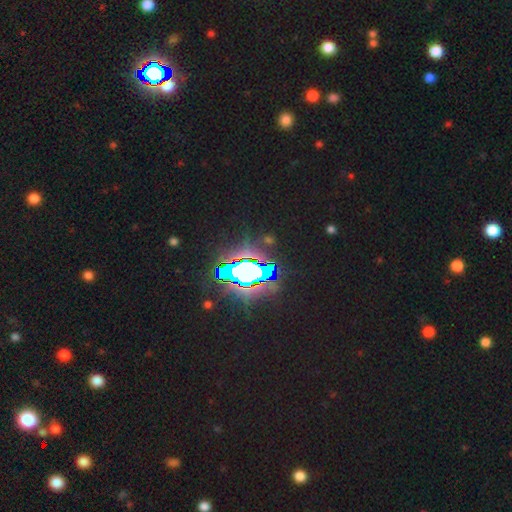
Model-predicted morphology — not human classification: The model was most divided on "smooth or featured": star or artifact: 85%, smooth: 9%, featured or disk: 7%.